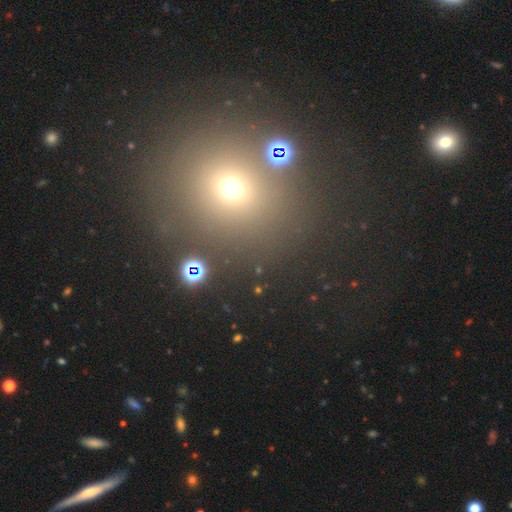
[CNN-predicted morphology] This appears to be a smooth galaxy with no disk features (58%) that is round (84%). Merging: none (79%).